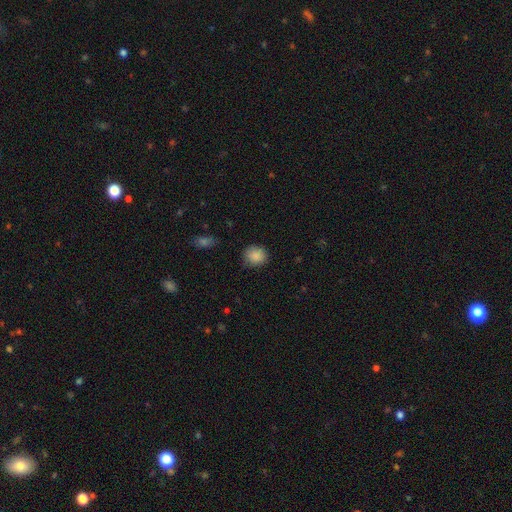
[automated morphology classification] smooth 88%, star or artifact 9%, featured or disk 4%. Down the decision tree: how rounded — round (80%); merging — none (81%).